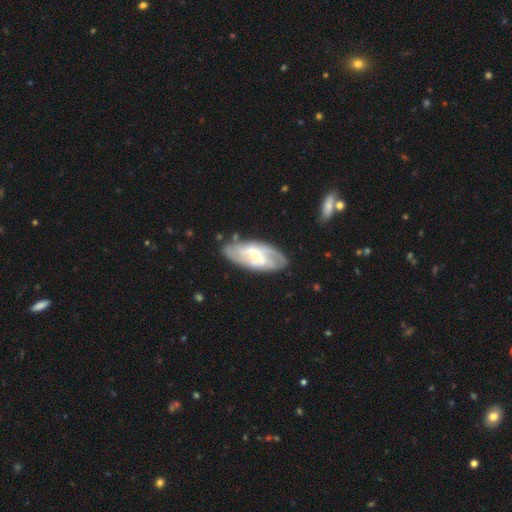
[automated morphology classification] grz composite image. It shows a featured or disk galaxy (73%) with no bar (45%), 2 (46%) tight (46%) spiral arms (85%) and a small central bulge (52%). Merging: none (76%).